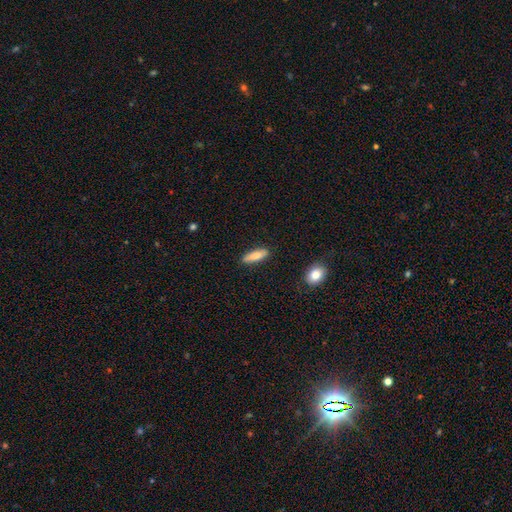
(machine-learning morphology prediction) Overall: smooth (82%). How rounded: cigar-shaped (55%; in between 43%). Merging: none (86%).